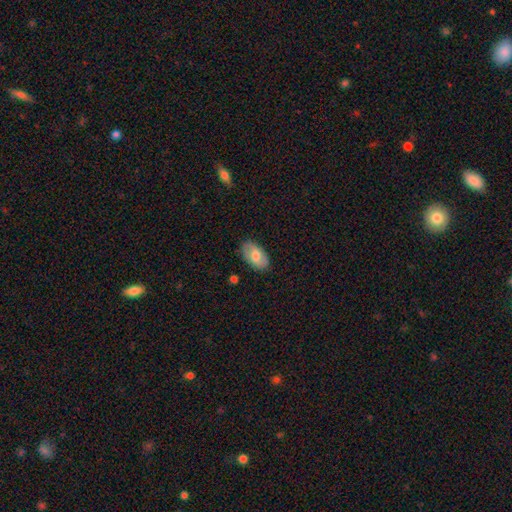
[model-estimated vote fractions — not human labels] smooth-or-featured: smooth: 63% | featured or disk: 31% | star or artifact: 6%
  how-rounded: in between: 94% | round: 5% | cigar-shaped: 2%
  merging: none: 82% | minor disturbance: 13% | major disturbance: 3% | merger: 1%